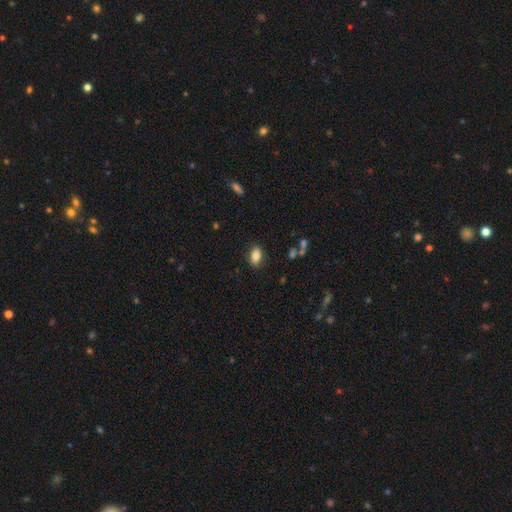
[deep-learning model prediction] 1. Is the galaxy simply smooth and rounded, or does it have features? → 84% smooth, 8% star or artifact, 7% featured or disk.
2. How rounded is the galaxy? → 89% in between, 8% round, 3% cigar-shaped.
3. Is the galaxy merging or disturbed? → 87% none, 9% minor disturbance, 2% major disturbance, 1% merger.